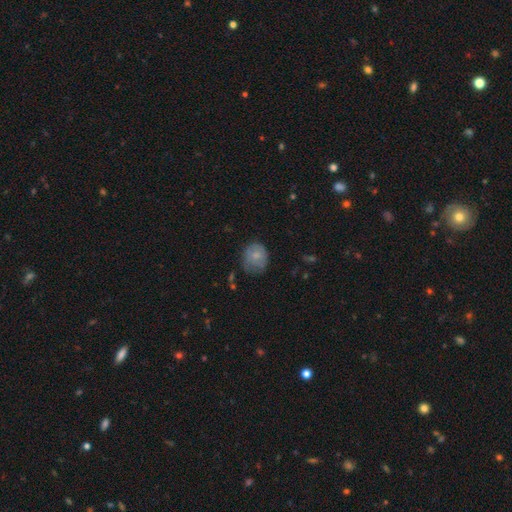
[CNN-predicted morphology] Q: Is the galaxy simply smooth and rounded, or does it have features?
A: smooth — 73%.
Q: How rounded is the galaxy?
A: round — 68%.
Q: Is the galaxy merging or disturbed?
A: none — 54%.